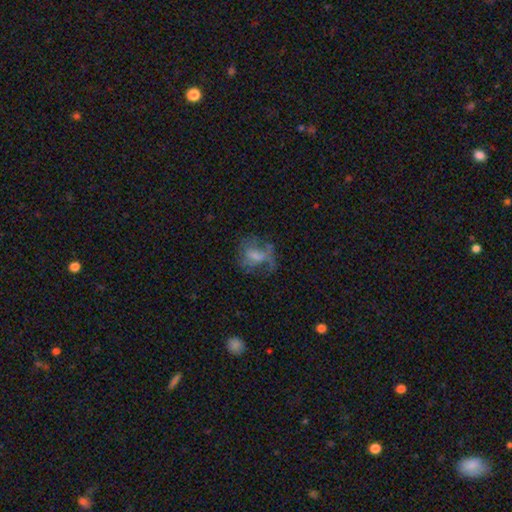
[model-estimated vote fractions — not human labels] Smooth or featured? featured or disk (46%)
Merging? none (42%)